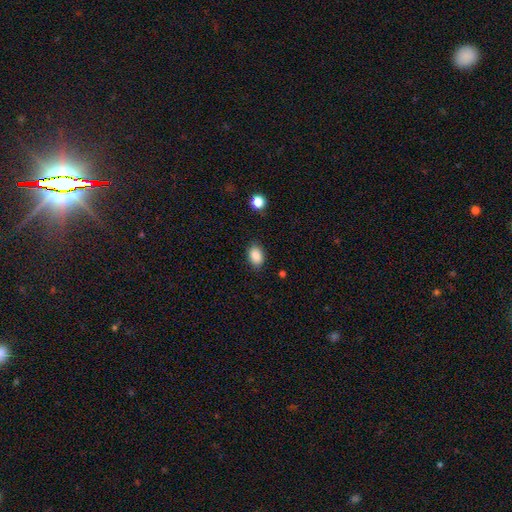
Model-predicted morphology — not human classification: The model was most divided on "how rounded": in between: 83%, round: 15%, cigar-shaped: 1%. More confident: smooth or featured — smooth (88%); merging — none (84%).